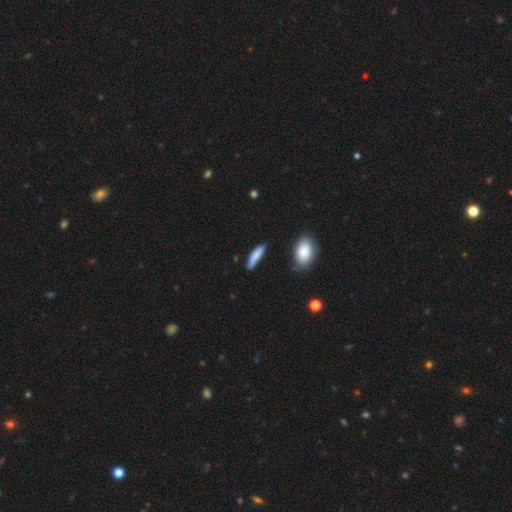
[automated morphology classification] smooth-or-featured: smooth: 81% | featured or disk: 13% | star or artifact: 6%
  how-rounded: cigar-shaped: 77% | in between: 21% | round: 2%
  merging: none: 74% | minor disturbance: 18% | merger: 4% | major disturbance: 4%